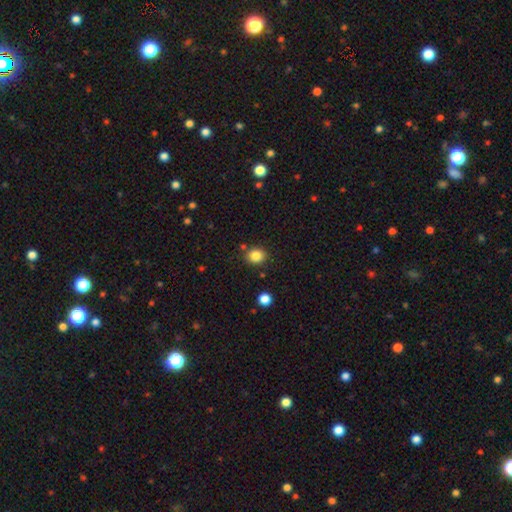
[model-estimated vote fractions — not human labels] Smooth or featured: smooth — 84% (star or artifact — 11%)
How rounded: round — 71% (in between — 28%)
Merging: none — 82% (minor disturbance — 10%)